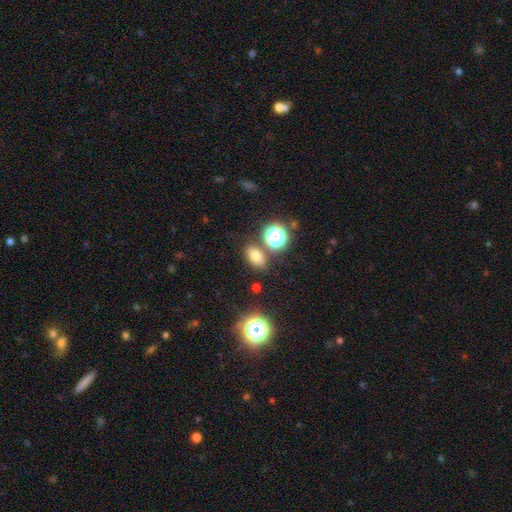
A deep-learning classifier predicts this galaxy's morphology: Q: Smooth or featured?
A: smooth (69%); runner-up: star or artifact (21%)
Q: How rounded?
A: in between (76%); runner-up: round (22%)
Q: Merging?
A: none (78%); runner-up: minor disturbance (11%)